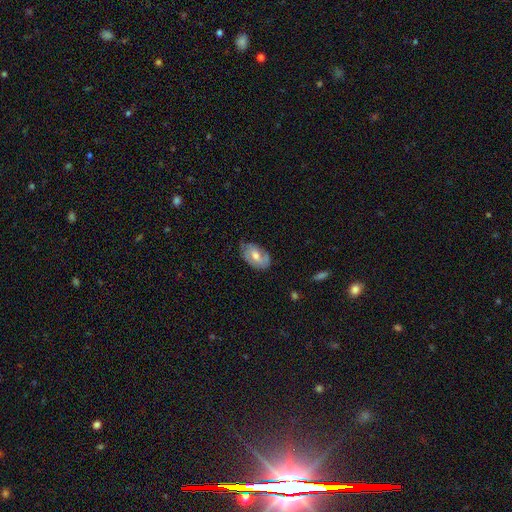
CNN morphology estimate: smooth-or-featured: featured or disk: 48% | smooth: 45% | star or artifact: 7%
  merging: none: 68% | minor disturbance: 26% | major disturbance: 5% | merger: 1%